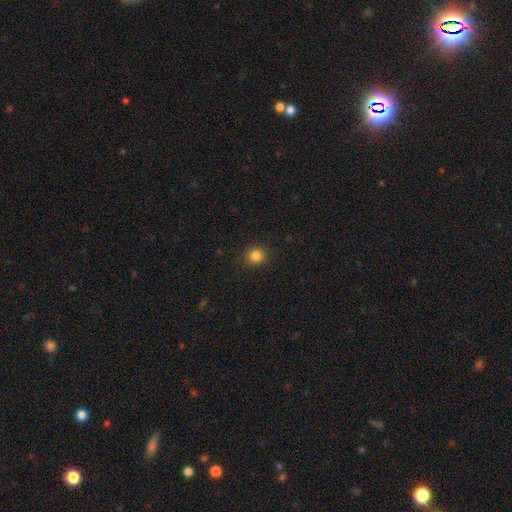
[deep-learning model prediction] This is clearly a smooth galaxy (84%). How rounded: clearly round (88%). Merging: clearly none (89%).